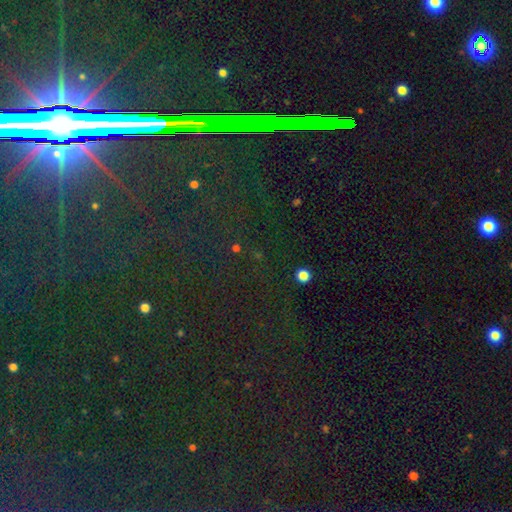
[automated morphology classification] Smooth or featured? star or artifact (81%)